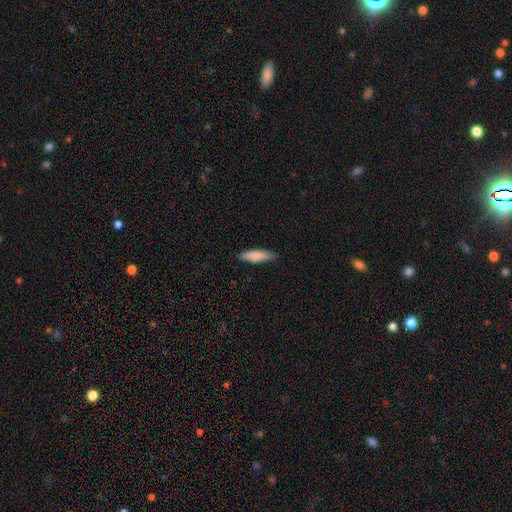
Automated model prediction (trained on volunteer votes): A smooth galaxy with no disk features (83%) that is cigar-shaped (68%).

Vote fractions:
- Smooth or featured? smooth: 83% / featured or disk: 11% / star or artifact: 6%
- How rounded? cigar-shaped: 68% / in between: 31% / round: 1%
- Merging? none: 83% / minor disturbance: 14% / major disturbance: 2% / merger: 1%